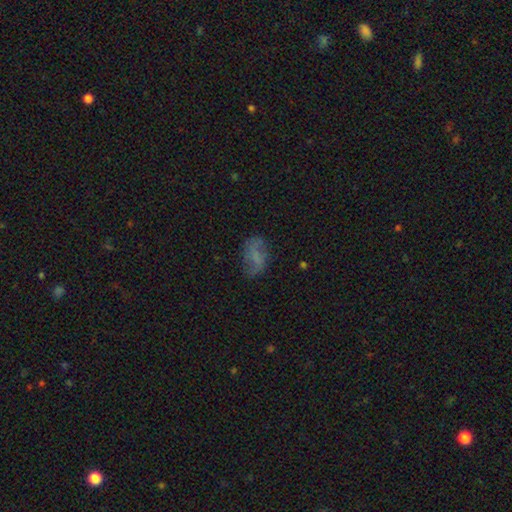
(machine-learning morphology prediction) This is possibly a smooth galaxy (46%). Merging: likely none (64%).